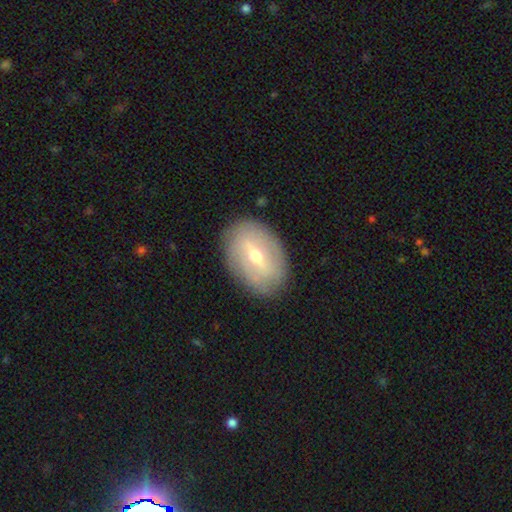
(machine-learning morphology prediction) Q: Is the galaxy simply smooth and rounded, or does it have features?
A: featured or disk — 62%.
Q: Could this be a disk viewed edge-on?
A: no — 89%.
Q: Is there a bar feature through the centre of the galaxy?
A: weak — 47%.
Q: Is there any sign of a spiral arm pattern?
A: no — 57%.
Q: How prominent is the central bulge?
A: moderate — 57%.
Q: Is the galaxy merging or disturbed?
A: none — 83%.